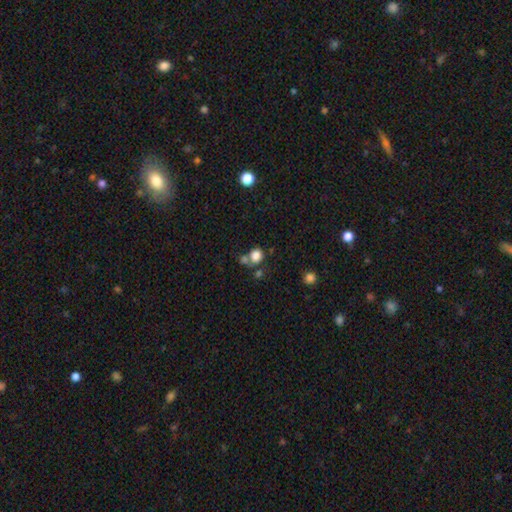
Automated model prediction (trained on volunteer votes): smooth-or-featured: smooth: 80% | star or artifact: 13% | featured or disk: 7%
  how-rounded: round: 73% | in between: 26% | cigar-shaped: 1%
  merging: none: 53% | merger: 29% | minor disturbance: 11% | major disturbance: 6%